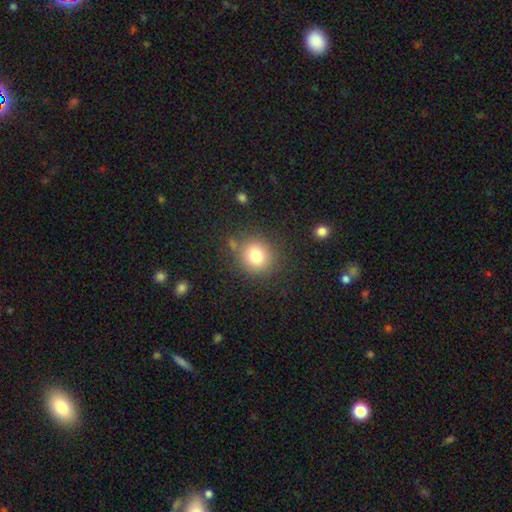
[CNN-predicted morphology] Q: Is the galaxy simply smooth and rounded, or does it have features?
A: smooth — 79%.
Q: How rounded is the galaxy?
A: round — 85%.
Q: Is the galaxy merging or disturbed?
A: none — 80%.